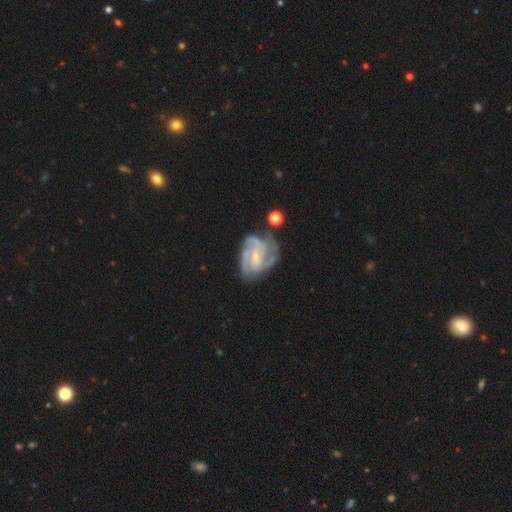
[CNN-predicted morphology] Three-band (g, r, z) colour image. It shows a featured or disk galaxy (87%) with a weak bar (47%), 3 (36%) medium (46%) spiral arms (95%) and a small central bulge (70%). Merging: none (58%).